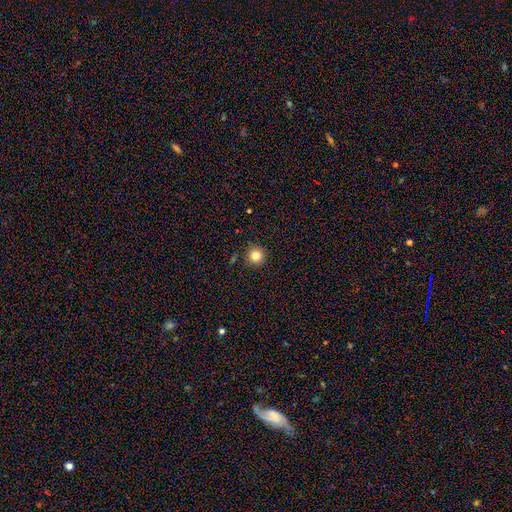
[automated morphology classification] Smooth or featured? smooth (82%)
How rounded? round (95%)
Merging? none (91%)